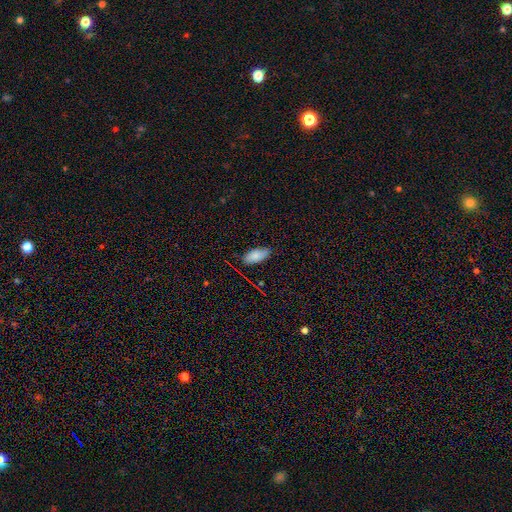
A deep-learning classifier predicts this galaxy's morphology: Smooth or featured: smooth — 83% (featured or disk — 9%)
How rounded: in between — 90% (cigar-shaped — 8%)
Merging: none — 81% (minor disturbance — 15%)